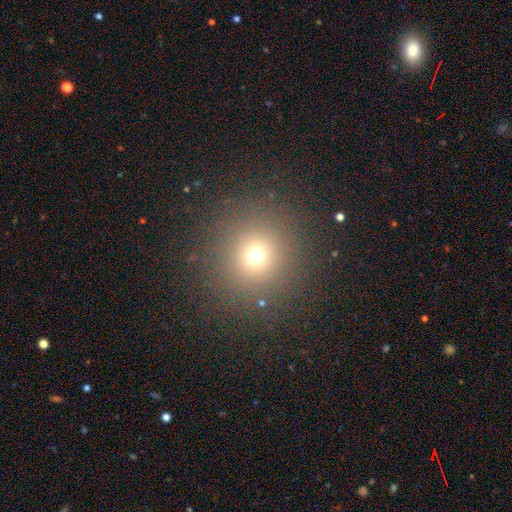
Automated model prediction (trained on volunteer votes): A smooth galaxy with no disk features (68%) that is round (93%). Merging: none (89%).